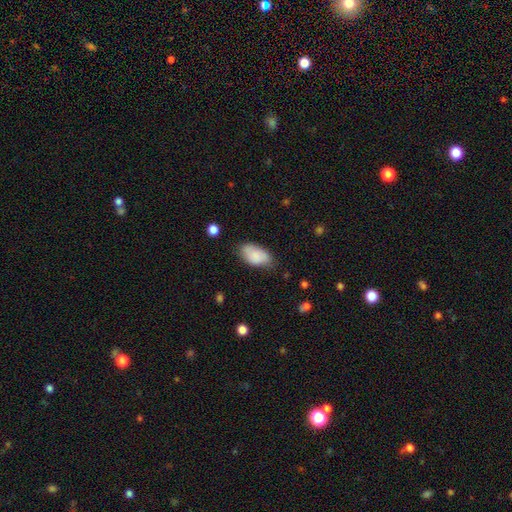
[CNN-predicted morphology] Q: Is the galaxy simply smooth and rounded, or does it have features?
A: smooth — 85%.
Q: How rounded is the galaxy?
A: in between — 94%.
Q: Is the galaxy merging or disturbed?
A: none — 69%.